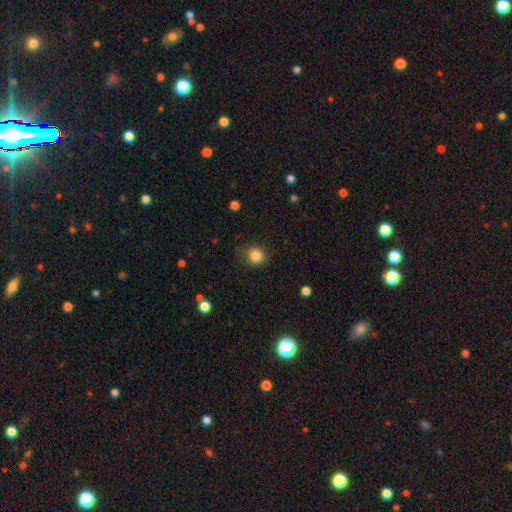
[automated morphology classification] Smooth or featured: smooth — 84% (star or artifact — 11%)
How rounded: round — 88% (in between — 12%)
Merging: none — 81% (minor disturbance — 13%)